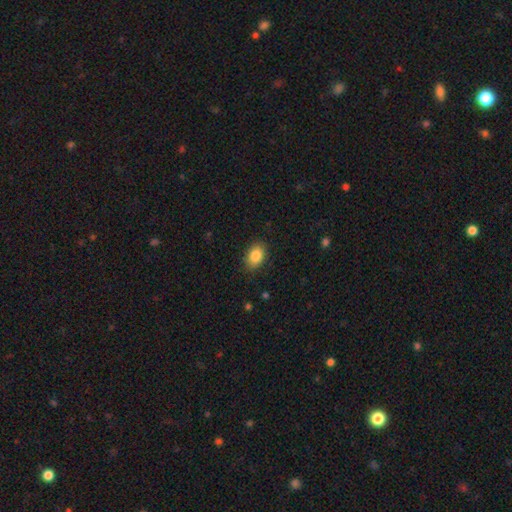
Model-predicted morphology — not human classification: A smooth galaxy with no disk features (85%) that is in between round and cigar-shaped (80%). Merging: none (86%).